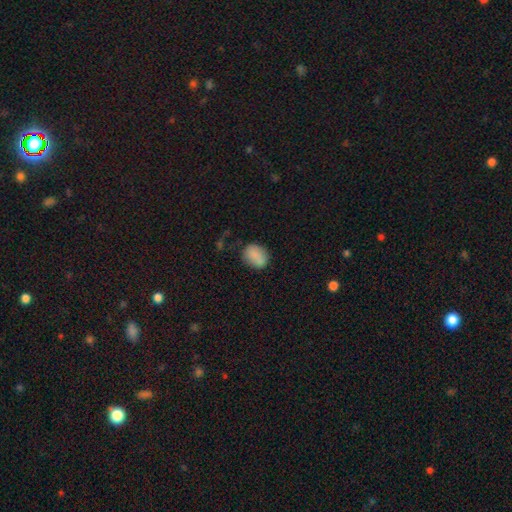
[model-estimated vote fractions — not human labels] Smooth or featured?
  - smooth: 85% *
  - star or artifact: 9%
  - featured or disk: 7%
How rounded?
  - in between: 62% *
  - round: 37%
  - cigar-shaped: 1%
Merging?
  - none: 73% *
  - minor disturbance: 19%
  - major disturbance: 5%
  - merger: 3%